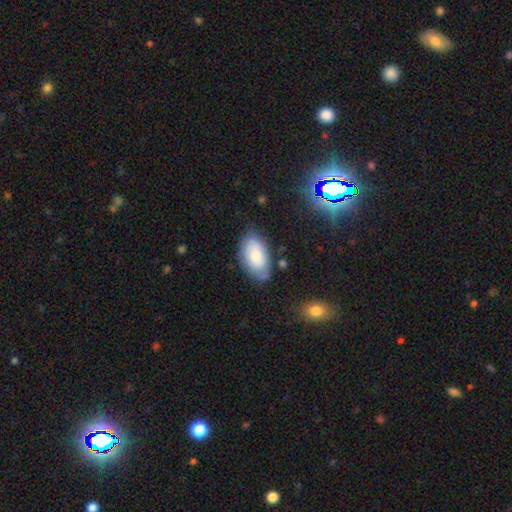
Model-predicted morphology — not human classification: The model was most divided on "merging": none: 72%, minor disturbance: 20%, major disturbance: 5%, merger: 3%. More confident: how rounded — in between (95%); smooth or featured — smooth (76%).